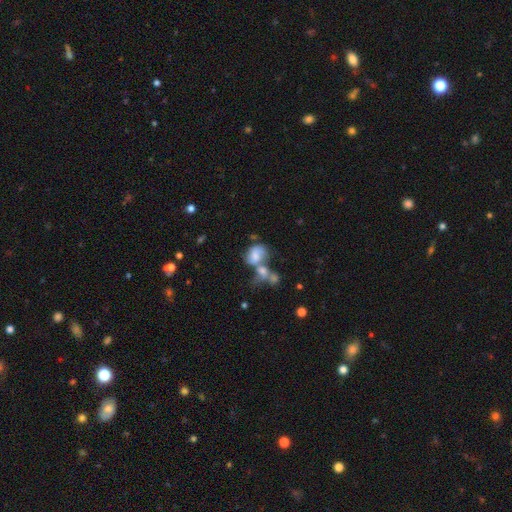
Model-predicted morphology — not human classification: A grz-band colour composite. It shows a smooth galaxy with no disk features (54%) that is in between round and cigar-shaped (63%). Merging: merger (57%).